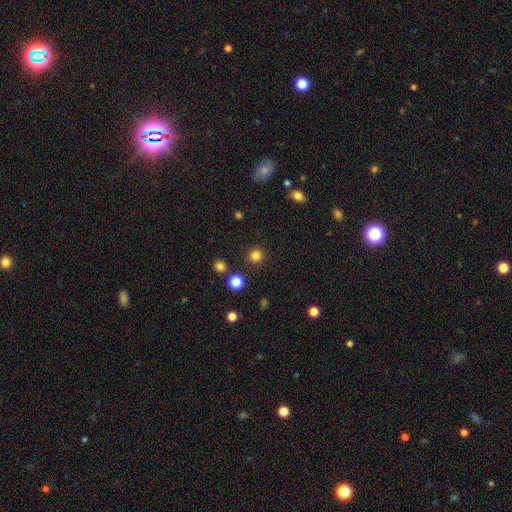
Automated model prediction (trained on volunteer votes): This appears to be a smooth galaxy with no disk features (81%) that is round (95%). Merging: none (91%).